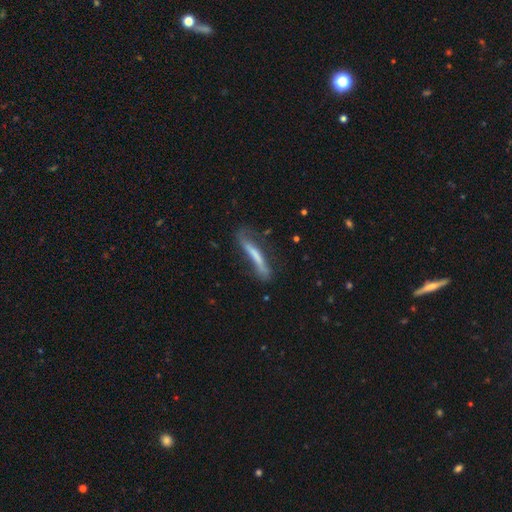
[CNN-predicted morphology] smooth-or-featured: smooth: 53% | featured or disk: 40% | star or artifact: 7%
  how-rounded: cigar-shaped: 93% | in between: 5% | round: 1%
  merging: none: 53% | minor disturbance: 28% | major disturbance: 15% | merger: 4%